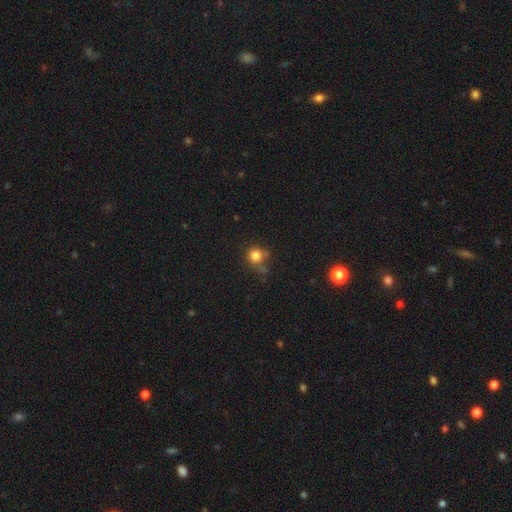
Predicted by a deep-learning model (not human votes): Smooth or featured? smooth (80%)
How rounded? round (89%)
Merging? none (59%)